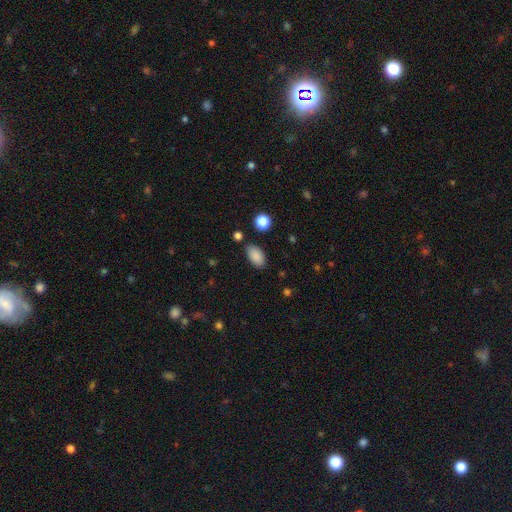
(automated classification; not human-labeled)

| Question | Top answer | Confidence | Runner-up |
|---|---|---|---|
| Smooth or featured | smooth | 88% | star or artifact (8%) |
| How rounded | in between | 92% | round (6%) |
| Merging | none | 82% | minor disturbance (12%) |